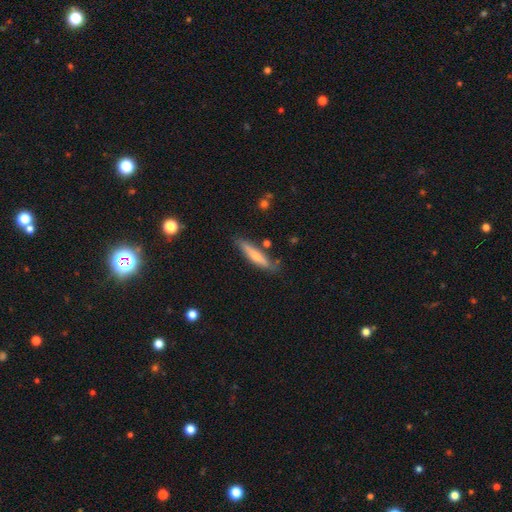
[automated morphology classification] Smooth or featured: smooth — 50% (featured or disk — 43%)
Merging: none — 78% (minor disturbance — 16%)